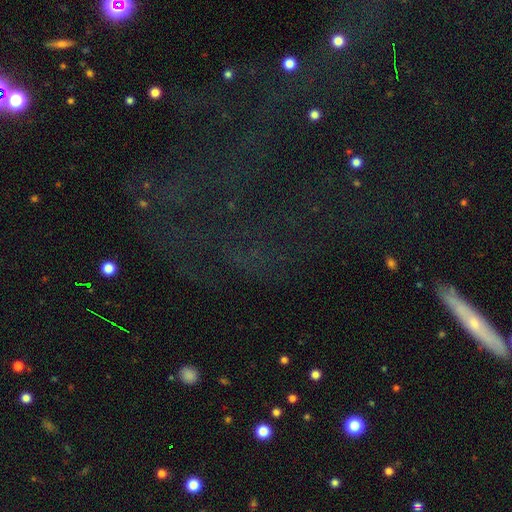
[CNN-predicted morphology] Q: Smooth or featured?
A: star or artifact (67%); runner-up: smooth (17%)